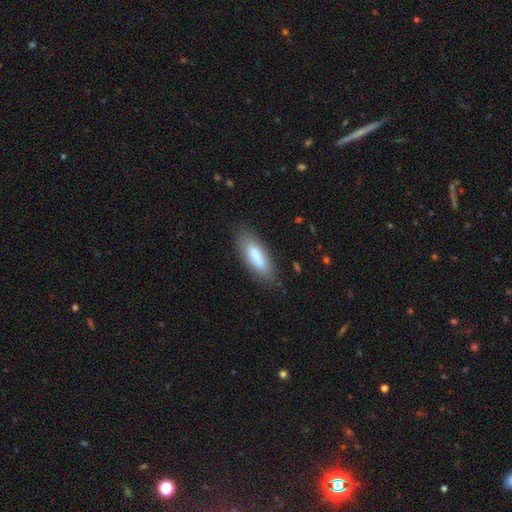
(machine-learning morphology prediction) A smooth galaxy with no disk features (80%) that is in between round and cigar-shaped (55%). Merging: none (82%).